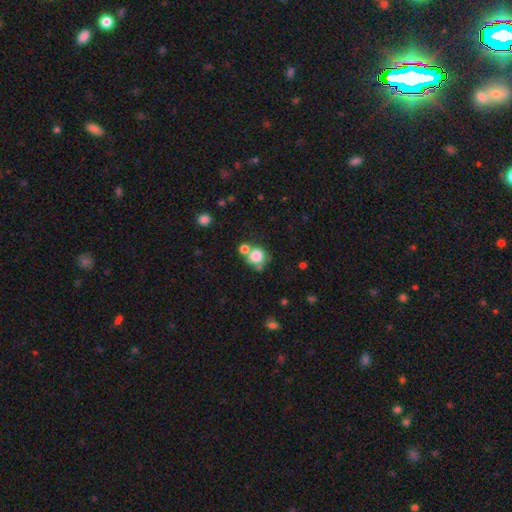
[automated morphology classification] Smooth or featured? Predicted: smooth (p=0.80). How rounded? Predicted: round (p=0.79). Merging? Predicted: none (p=0.46).